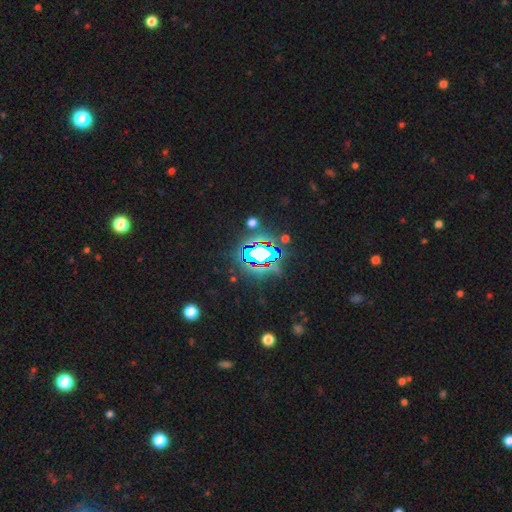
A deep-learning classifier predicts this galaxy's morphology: A star or artifact, not a galaxy (82%).

Vote fractions:
- Smooth or featured? star or artifact: 82% / smooth: 11% / featured or disk: 7%